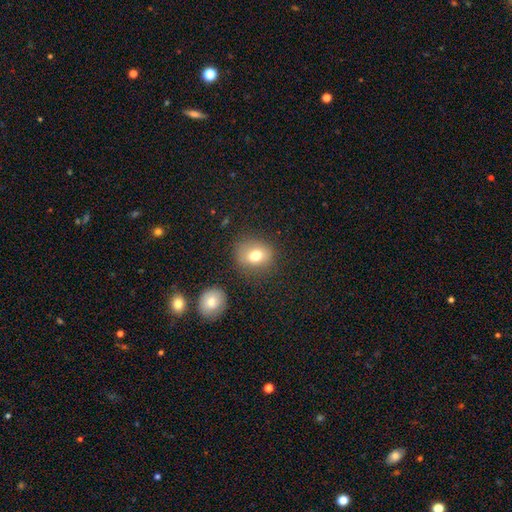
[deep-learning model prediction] A smooth galaxy with no disk features (76%) that is round (63%). Merging: none (76%).